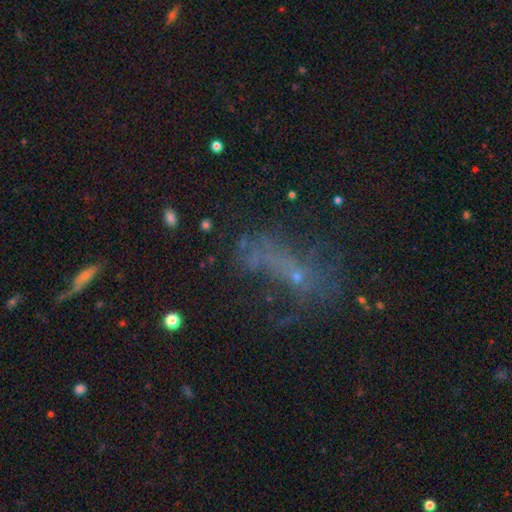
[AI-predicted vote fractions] This appears to be a featured or disk galaxy (38%). Merging: none (38%).